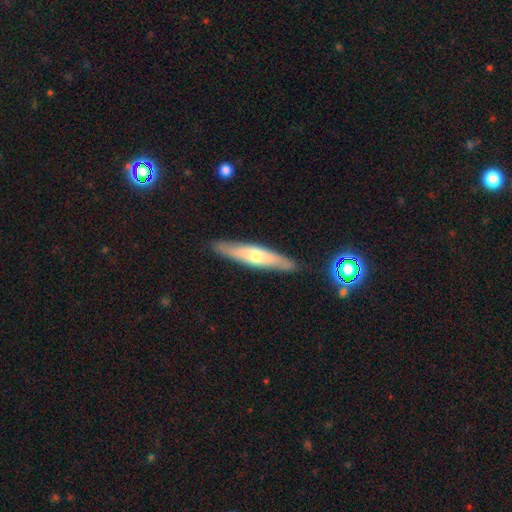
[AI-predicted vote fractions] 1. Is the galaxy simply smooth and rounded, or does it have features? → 47% featured or disk (tied), 47% smooth (tied), 6% star or artifact.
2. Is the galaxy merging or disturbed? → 88% none, 9% minor disturbance, 2% major disturbance, 2% merger.